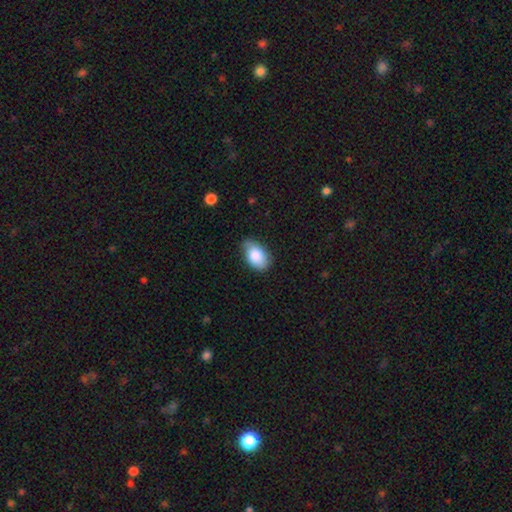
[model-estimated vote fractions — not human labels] Smooth or featured: smooth — 85% (featured or disk — 8%)
How rounded: in between — 92% (round — 6%)
Merging: none — 68% (minor disturbance — 26%)